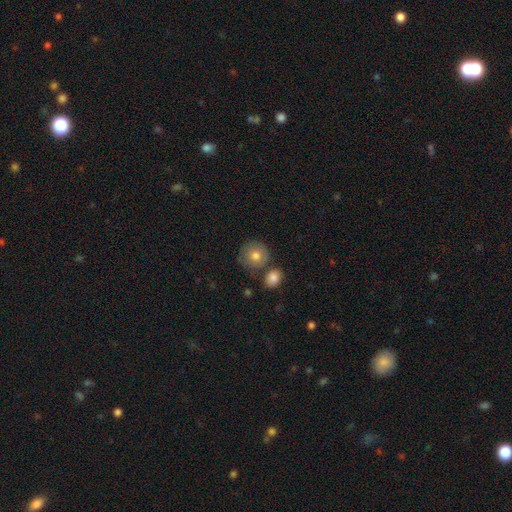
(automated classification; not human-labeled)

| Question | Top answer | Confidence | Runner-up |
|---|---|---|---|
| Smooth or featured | smooth | 78% | featured or disk (15%) |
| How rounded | round | 89% | in between (10%) |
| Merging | none | 71% | minor disturbance (13%) |